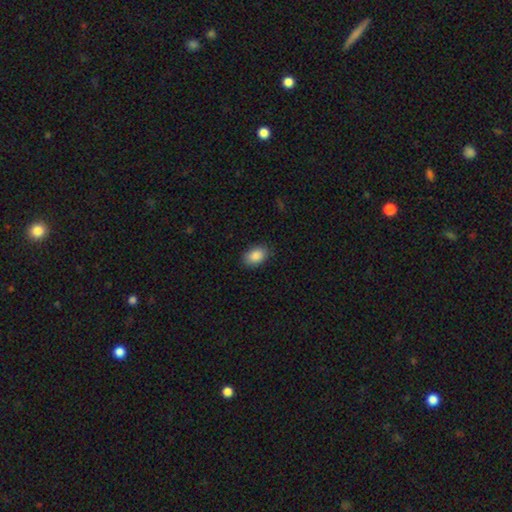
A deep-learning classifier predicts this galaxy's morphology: Smooth or featured? smooth (88%)
How rounded? in between (89%)
Merging? none (87%)